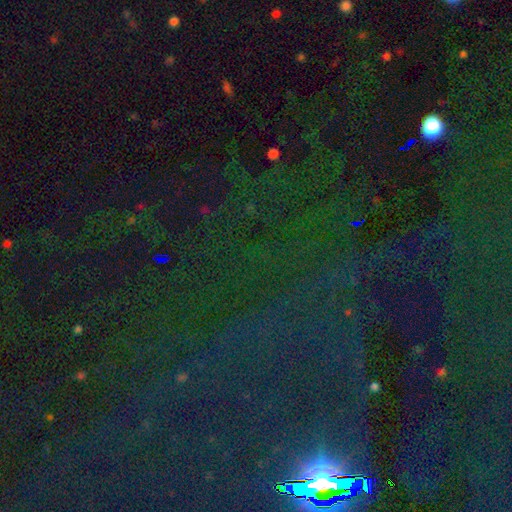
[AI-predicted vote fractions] star or artifact 83%, smooth 9%, featured or disk 7%.